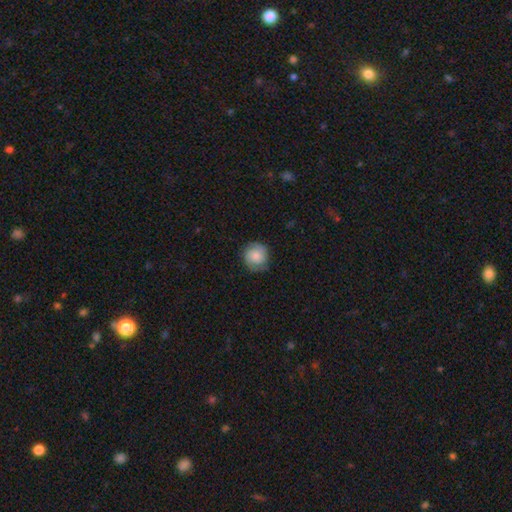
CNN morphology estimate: Smooth or featured?
  - smooth: 67% *
  - featured or disk: 25%
  - star or artifact: 8%
How rounded?
  - round: 90% *
  - in between: 9%
  - cigar-shaped: 1%
Merging?
  - none: 76% *
  - minor disturbance: 18%
  - major disturbance: 5%
  - merger: 1%